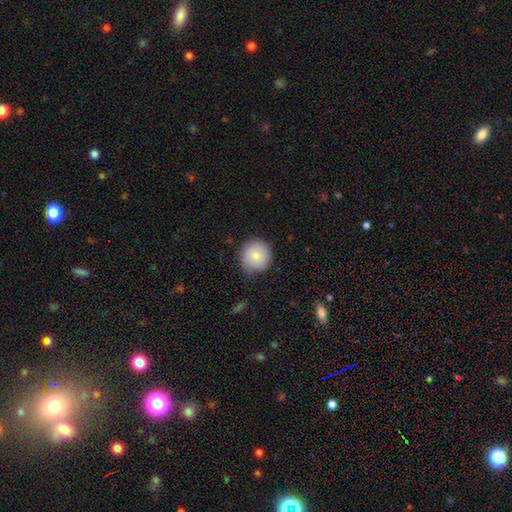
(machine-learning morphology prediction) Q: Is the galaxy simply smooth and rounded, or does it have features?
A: smooth — 83%.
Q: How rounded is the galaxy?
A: round — 95%.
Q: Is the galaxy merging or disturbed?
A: none — 81%.